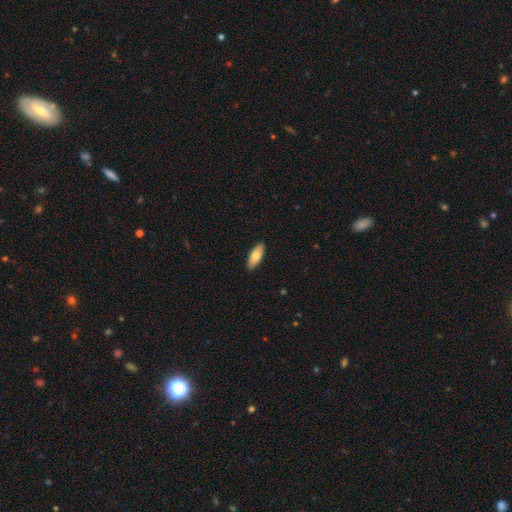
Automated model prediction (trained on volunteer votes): Morphology: type=smooth (75%); roundness=in between (73%); merging=none (91%).